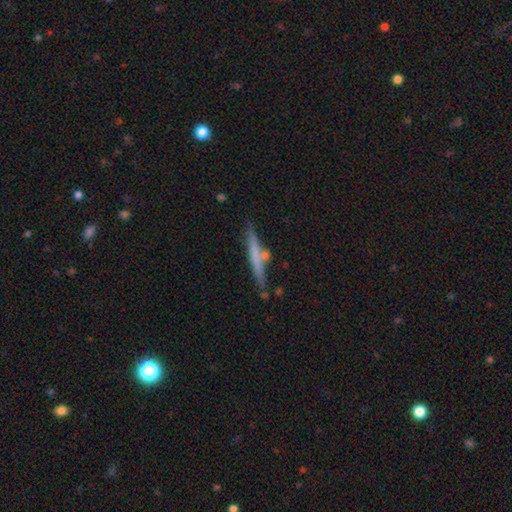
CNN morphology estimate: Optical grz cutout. It shows a smooth galaxy with no disk features (49%). Merging: none (74%).